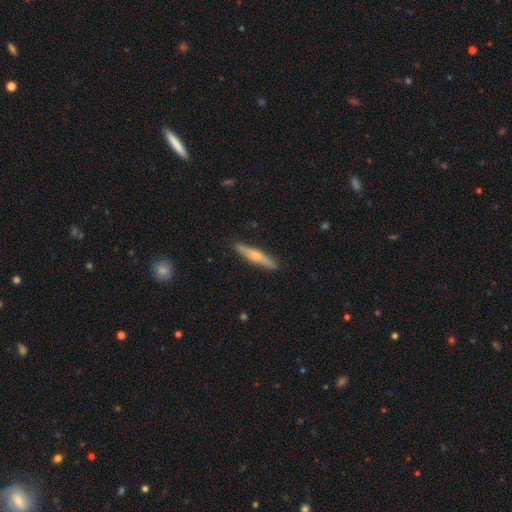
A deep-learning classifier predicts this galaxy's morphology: A featured or disk galaxy (50%).

Vote fractions:
- Smooth or featured? featured or disk: 50% / smooth: 45% / star or artifact: 6%
- Merging? none: 90% / minor disturbance: 7% / major disturbance: 1% / merger: 1%